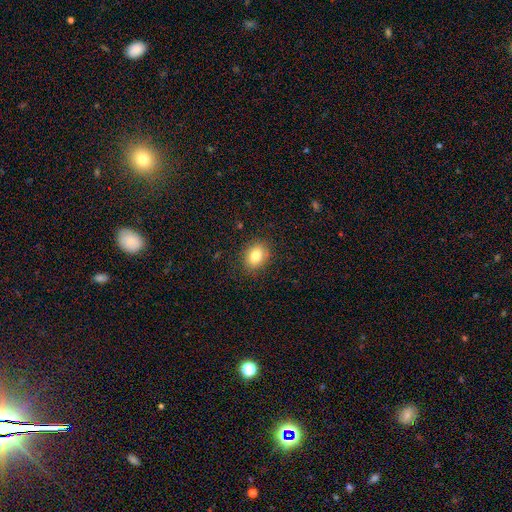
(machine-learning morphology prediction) type=smooth (83%); roundness=in between (64%); merging=none (86%).